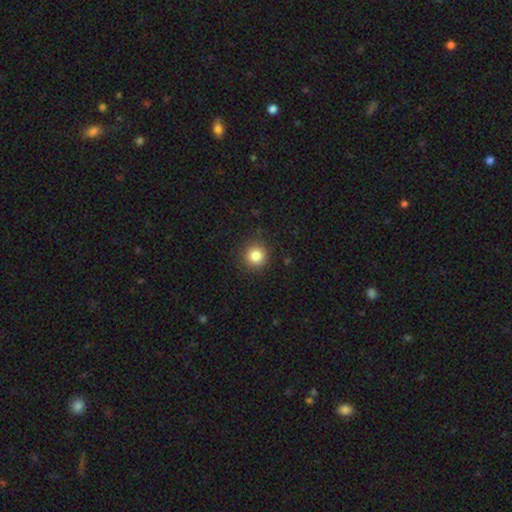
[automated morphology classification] Overall: smooth (84%). How rounded: round (93%). Merging: none (90%).